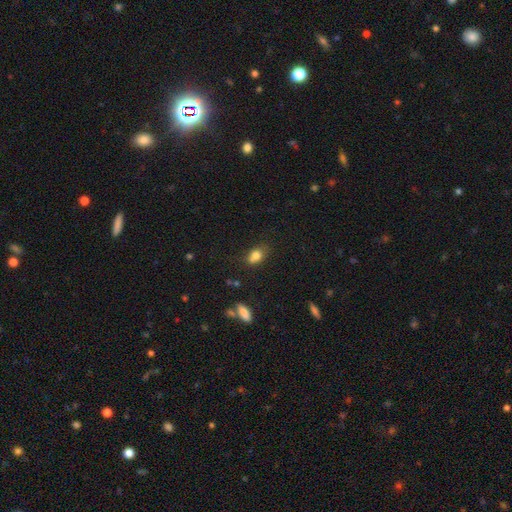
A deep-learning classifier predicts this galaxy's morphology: Smooth or featured: smooth — 77% (featured or disk — 12%)
How rounded: in between — 67% (round — 30%)
Merging: none — 48% (merger — 25%)